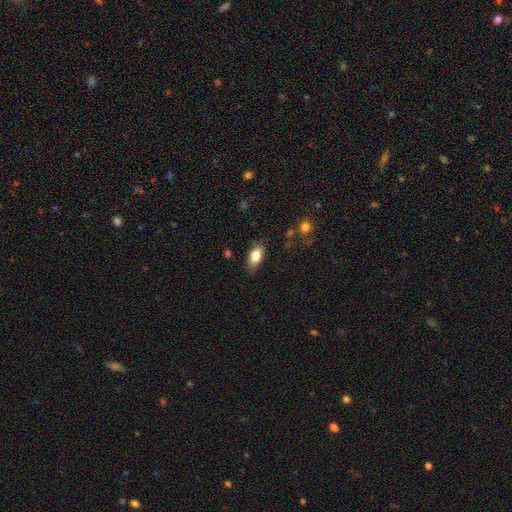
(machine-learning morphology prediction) This is clearly a smooth galaxy (82%). How rounded: clearly in between (88%). Merging: likely none (79%).